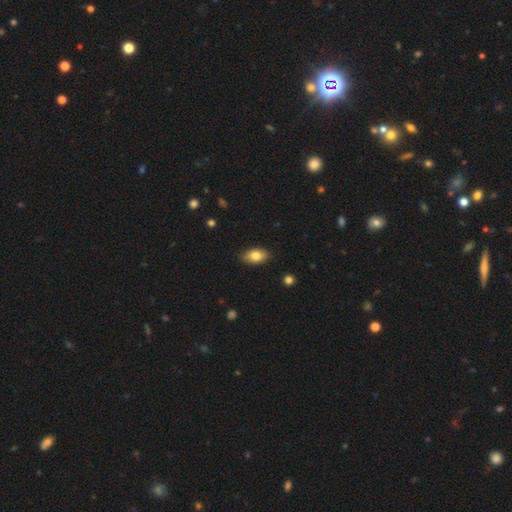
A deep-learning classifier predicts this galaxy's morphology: Smooth or featured: smooth — 81% (featured or disk — 12%)
How rounded: in between — 91% (round — 6%)
Merging: none — 86% (minor disturbance — 11%)